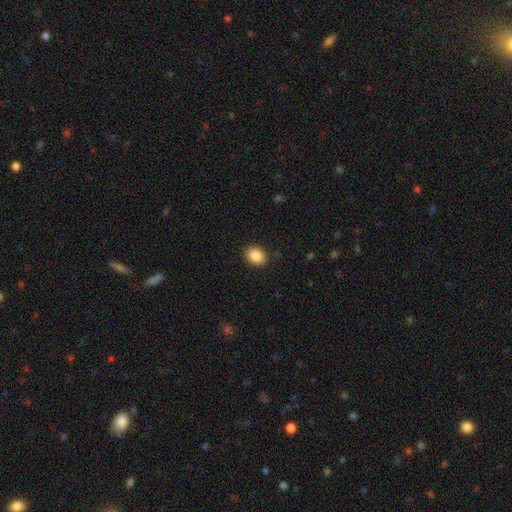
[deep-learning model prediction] Q: Smooth or featured?
A: smooth (88%); runner-up: star or artifact (8%)
Q: How rounded?
A: in between (58%); runner-up: round (41%)
Q: Merging?
A: none (89%); runner-up: minor disturbance (8%)